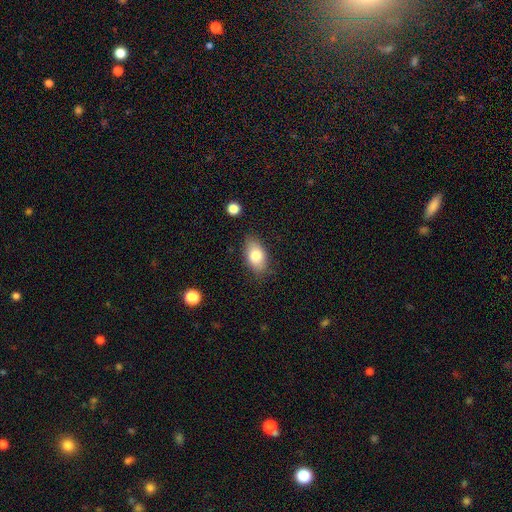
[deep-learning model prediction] smooth 81%, featured or disk 12%, star or artifact 7%. Down the decision tree: how rounded — in between (91%); merging — none (79%).